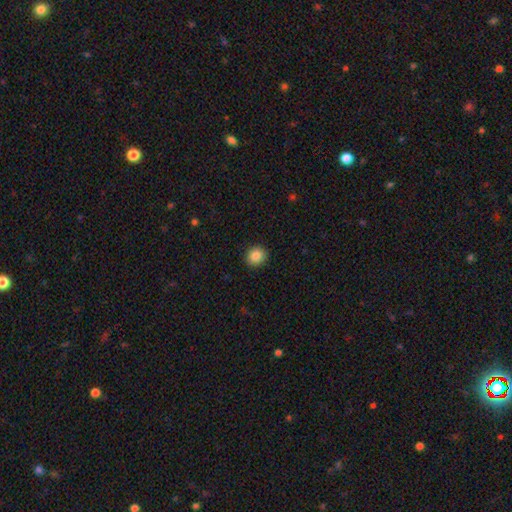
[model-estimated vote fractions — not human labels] Q: Smooth or featured?
A: smooth (86%); runner-up: star or artifact (9%)
Q: How rounded?
A: round (83%); runner-up: in between (16%)
Q: Merging?
A: none (91%); runner-up: minor disturbance (6%)